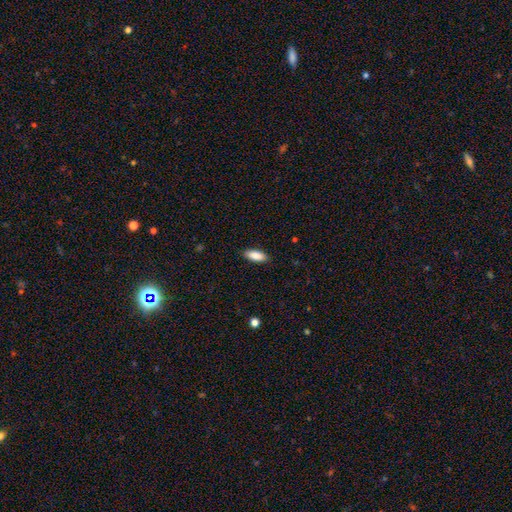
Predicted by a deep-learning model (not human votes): Overall: smooth (87%). How rounded: in between (79%). Merging: none (89%).